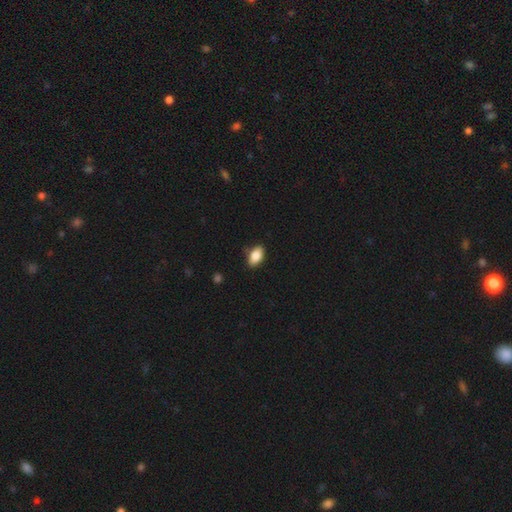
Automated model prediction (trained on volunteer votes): Smooth or featured? smooth (86%)
How rounded? in between (91%)
Merging? none (81%)